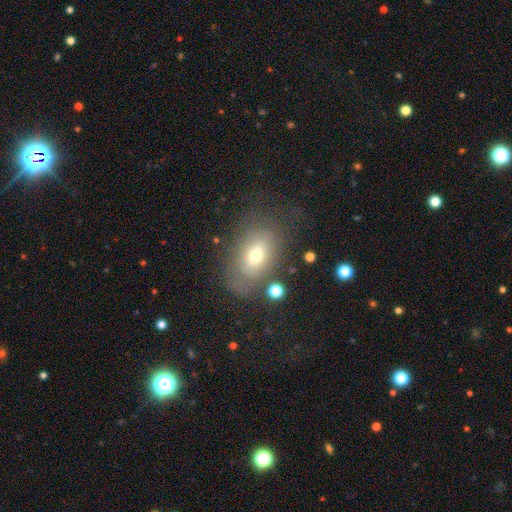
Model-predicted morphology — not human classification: Overall: smooth (57%; featured or disk 31%). How rounded: in between (85%). Merging: none (61%; minor disturbance 21%).